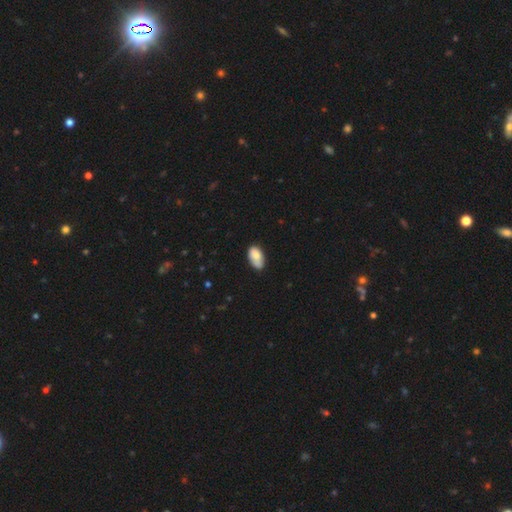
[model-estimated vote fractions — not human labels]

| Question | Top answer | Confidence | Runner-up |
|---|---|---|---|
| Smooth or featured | smooth | 78% | featured or disk (15%) |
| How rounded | in between | 94% | round (4%) |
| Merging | none | 58% | minor disturbance (29%) |